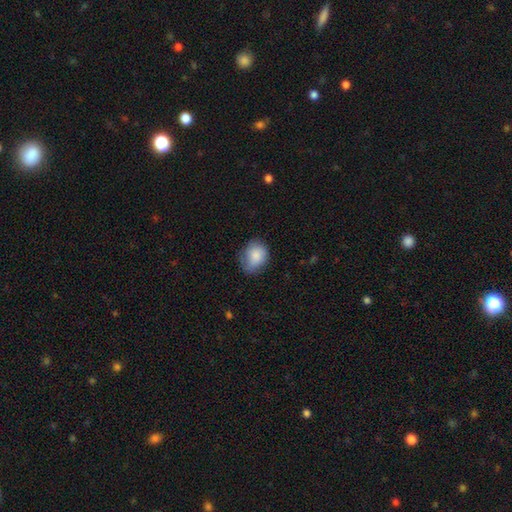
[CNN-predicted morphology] Overall: smooth (82%). How rounded: round (52%; in between 47%). Merging: none (60%; minor disturbance 30%).